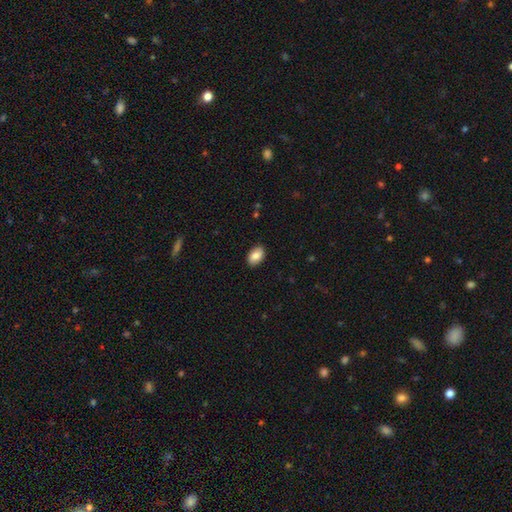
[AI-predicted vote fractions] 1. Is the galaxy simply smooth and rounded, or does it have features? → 86% smooth, 7% featured or disk, 7% star or artifact.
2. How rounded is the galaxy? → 90% in between, 9% round, 1% cigar-shaped.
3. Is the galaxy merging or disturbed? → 88% none, 9% minor disturbance, 2% major disturbance, 1% merger.